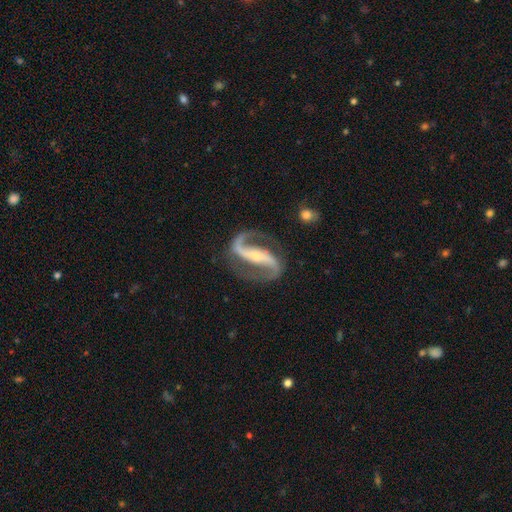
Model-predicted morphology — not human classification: A featured or disk galaxy (93%) with a strong bar (66%), 2 (94%) medium (53%) spiral arms (98%) and a small central bulge (61%).

Vote fractions:
- Smooth or featured? featured or disk: 93% / star or artifact: 4% / smooth: 3%
- Edge-on disk? no: 97% / yes: 3%
- Bar? strong: 66% / weak: 20% / no: 14%
- Spiral arms? yes: 98% / no: 2%
- Spiral winding? medium: 53% / loose: 34% / tight: 13%
- Spiral arm count? 2: 94% / 1: 2% / can't tell: 1% / 3: 1% / 4: 1% / more than 4: 1%
- Bulge size? small: 61% / moderate: 32% / none: 3% / large: 3% / dominant: 1%
- Merging? none: 82% / minor disturbance: 11% / major disturbance: 5% / merger: 2%